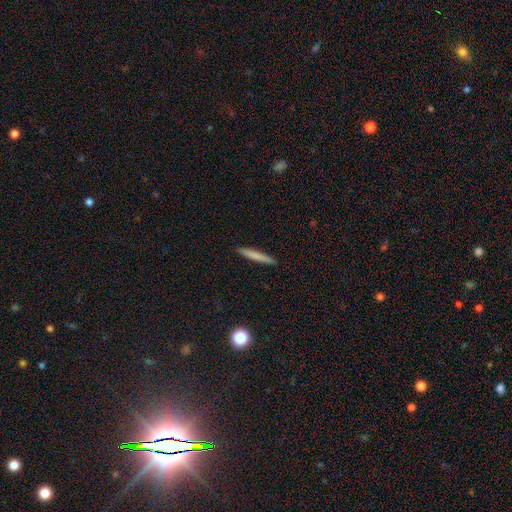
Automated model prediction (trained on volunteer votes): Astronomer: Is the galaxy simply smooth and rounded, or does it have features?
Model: smooth — 75%.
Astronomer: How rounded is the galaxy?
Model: cigar-shaped — 95%.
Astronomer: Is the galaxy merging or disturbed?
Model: none — 91%.